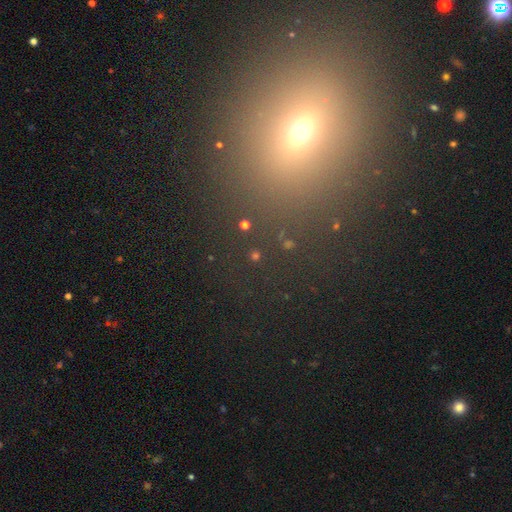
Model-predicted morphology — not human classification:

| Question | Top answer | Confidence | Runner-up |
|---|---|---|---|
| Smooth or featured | star or artifact | 56% | smooth (34%) |